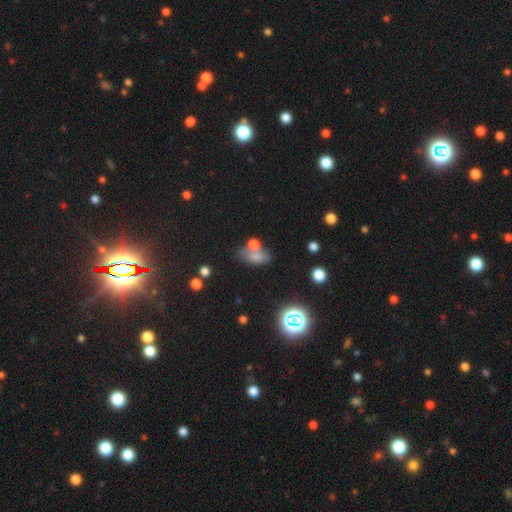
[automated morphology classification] Q: Smooth or featured?
A: smooth (65%); runner-up: star or artifact (19%)
Q: How rounded?
A: in between (80%); runner-up: round (13%)
Q: Merging?
A: none (41%); runner-up: merger (30%)